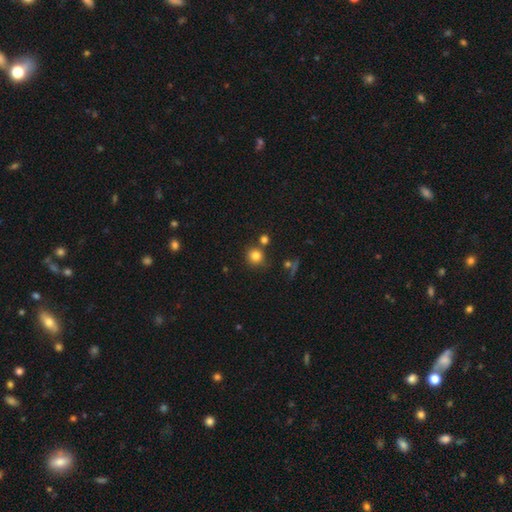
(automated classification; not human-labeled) A smooth galaxy with no disk features (80%) that is round (90%).

Vote fractions:
- Smooth or featured? smooth: 80% / star or artifact: 13% / featured or disk: 7%
- How rounded? round: 90% / in between: 9% / cigar-shaped: 1%
- Merging? none: 76% / merger: 12% / minor disturbance: 9% / major disturbance: 3%